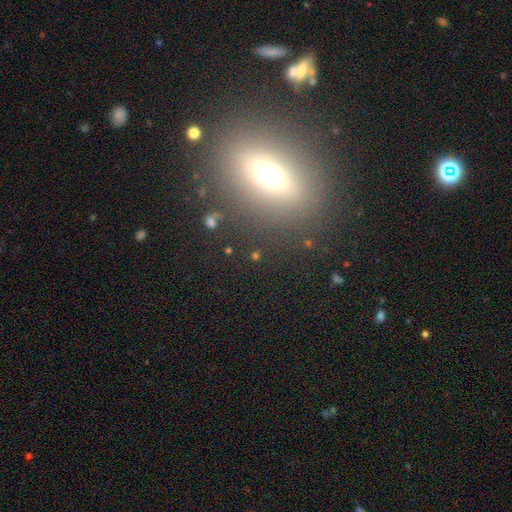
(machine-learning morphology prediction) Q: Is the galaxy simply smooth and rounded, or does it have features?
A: smooth — 47%.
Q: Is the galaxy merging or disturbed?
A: none — 82%.